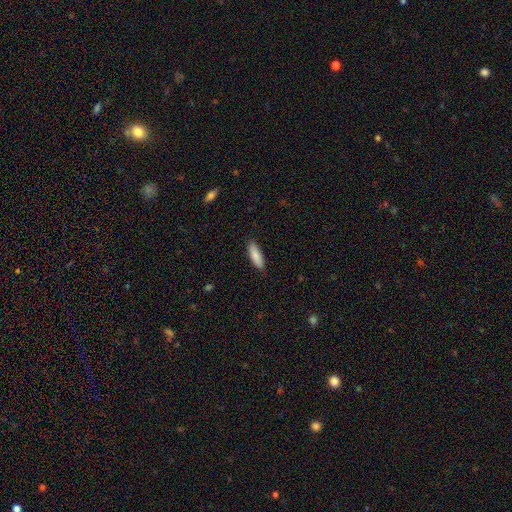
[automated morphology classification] smooth_or_featured: smooth (p=0.86) [alt: featured or disk p=0.08]
how_rounded: in between (p=0.52) [alt: cigar-shaped p=0.47]
merging: none (p=0.88) [alt: minor disturbance p=0.09]